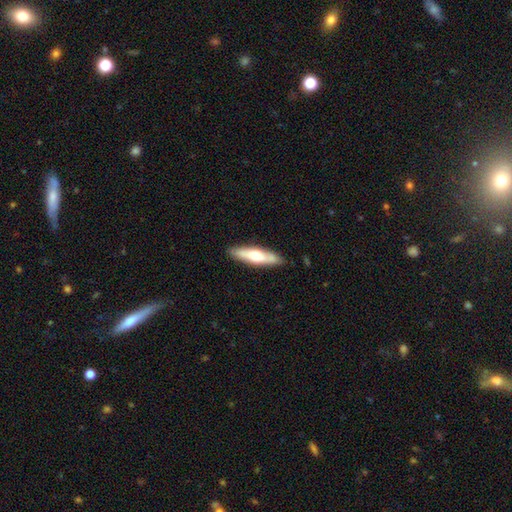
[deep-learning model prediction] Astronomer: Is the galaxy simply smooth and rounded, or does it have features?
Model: smooth — 55% (runner-up: featured or disk, 40%).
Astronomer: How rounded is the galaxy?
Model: cigar-shaped — 75%.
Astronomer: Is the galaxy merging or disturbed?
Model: none — 87%.